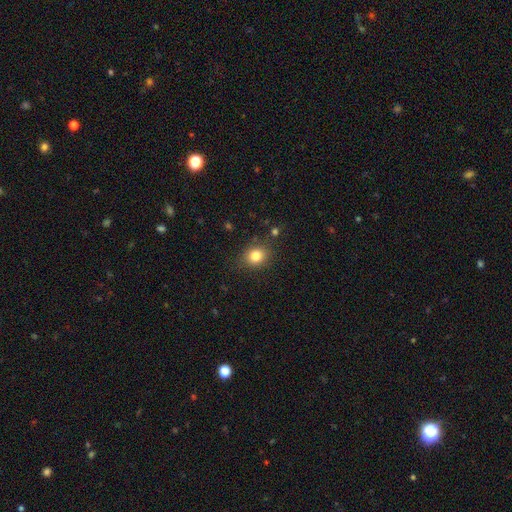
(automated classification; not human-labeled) smooth-or-featured: smooth: 81% | star or artifact: 11% | featured or disk: 7%
  how-rounded: round: 66% | in between: 33% | cigar-shaped: 1%
  merging: none: 82% | minor disturbance: 12% | major disturbance: 3% | merger: 3%